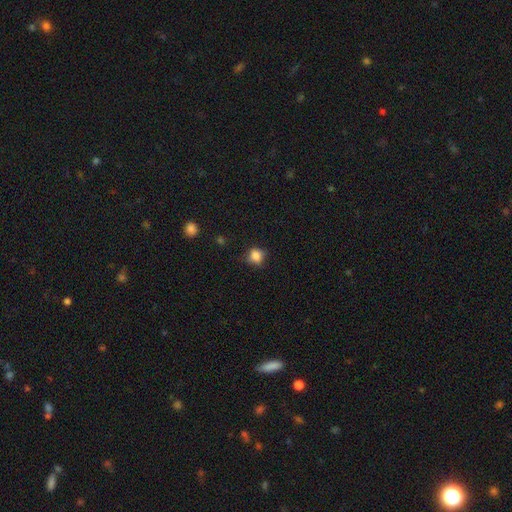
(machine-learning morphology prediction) This appears to be a smooth galaxy with no disk features (83%) that is round (73%). Merging: none (68%).